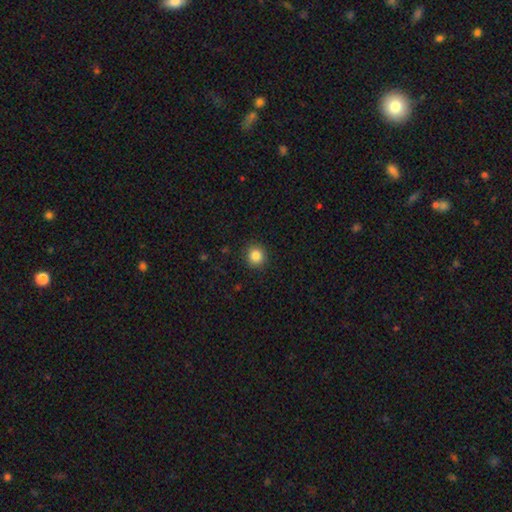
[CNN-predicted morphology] smooth_or_featured: smooth (p=0.85) [alt: star or artifact p=0.10]
how_rounded: round (p=0.90) [alt: in between p=0.09]
merging: none (p=0.90) [alt: minor disturbance p=0.07]